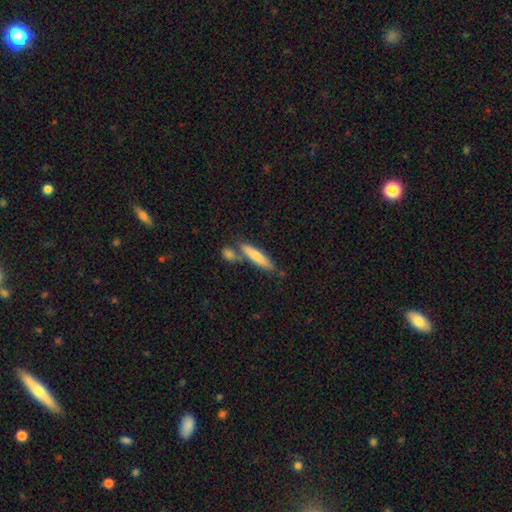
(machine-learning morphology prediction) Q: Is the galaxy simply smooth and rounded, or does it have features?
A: smooth — 74%.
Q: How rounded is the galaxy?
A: cigar-shaped — 83%.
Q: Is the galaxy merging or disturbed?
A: none — 63%.